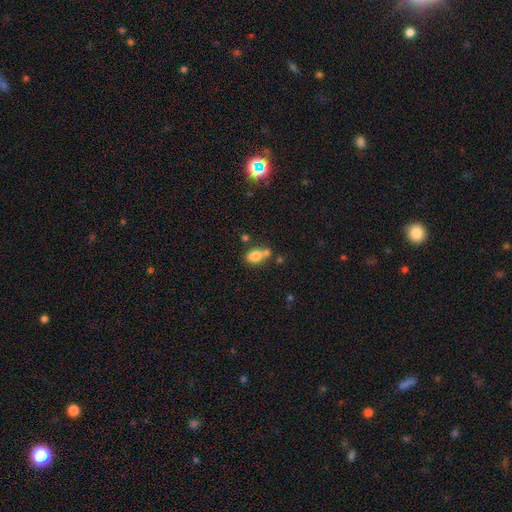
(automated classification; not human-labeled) Overall: smooth (79%). How rounded: in between (75%). Merging: none (45%; merger 36%).